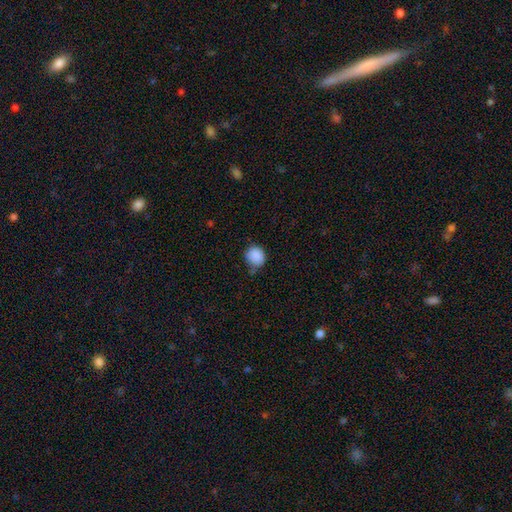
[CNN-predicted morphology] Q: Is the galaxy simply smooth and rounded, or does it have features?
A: smooth — 88%.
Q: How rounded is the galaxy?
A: round — 81%.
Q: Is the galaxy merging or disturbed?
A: none — 64%.